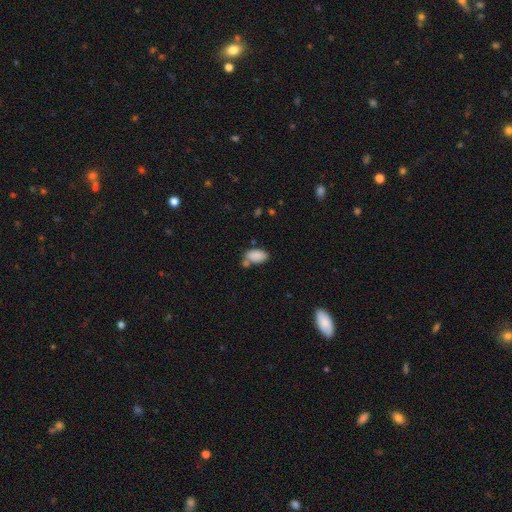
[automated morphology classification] Q: Smooth or featured?
A: smooth (87%); runner-up: star or artifact (8%)
Q: How rounded?
A: in between (94%); runner-up: round (4%)
Q: Merging?
A: none (58%); runner-up: merger (21%)